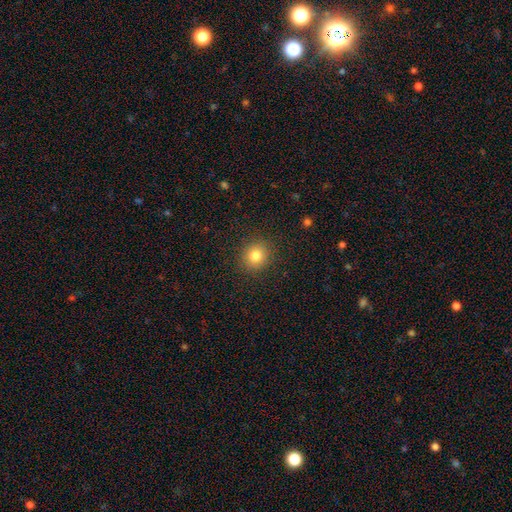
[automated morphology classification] Smooth or featured: smooth — 81% (star or artifact — 12%)
How rounded: round — 85% (in between — 14%)
Merging: none — 90% (minor disturbance — 7%)